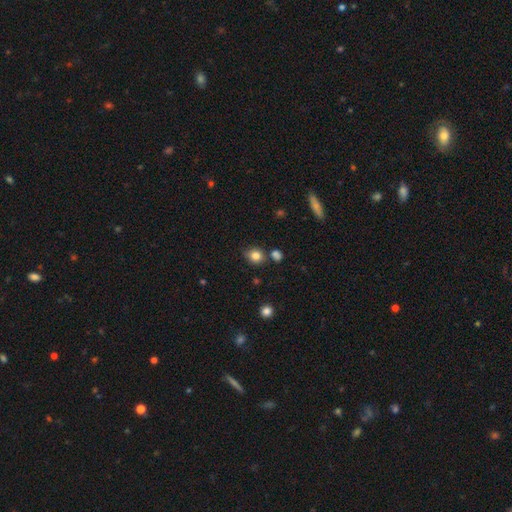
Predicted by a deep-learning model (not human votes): The model was most divided on "how rounded": round: 73%, in between: 26%, cigar-shaped: 1%. More confident: smooth or featured — smooth (82%); merging — none (73%).